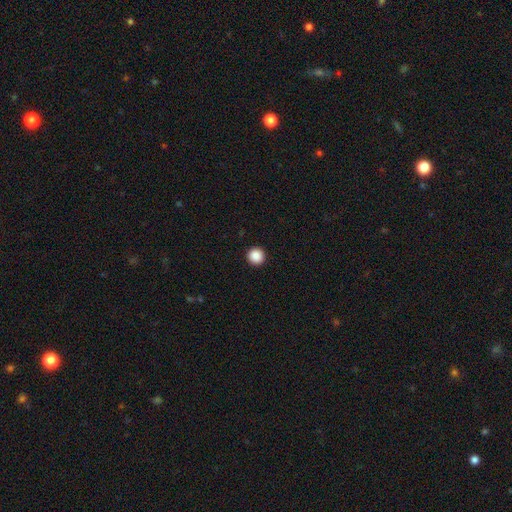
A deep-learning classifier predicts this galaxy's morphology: A smooth galaxy with no disk features (88%) that is round (96%). Merging: none (94%).